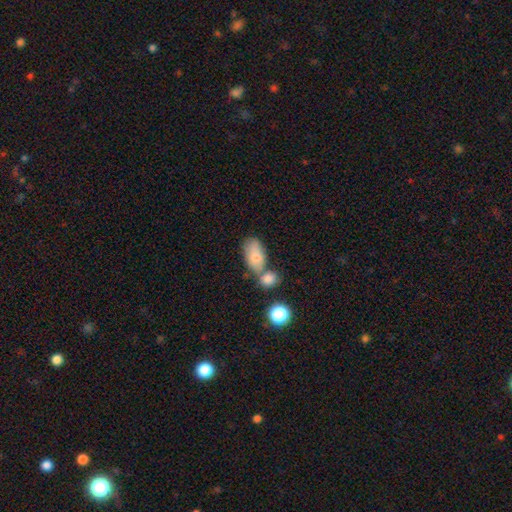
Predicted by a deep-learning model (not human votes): This is likely a smooth galaxy (77%). How rounded: clearly in between (89%). Merging: marginally none (42%).